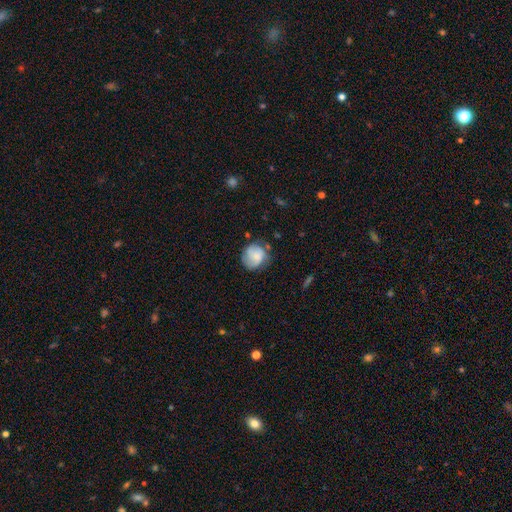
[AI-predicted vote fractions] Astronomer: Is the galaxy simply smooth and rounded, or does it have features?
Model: smooth — 53% (runner-up: featured or disk, 39%).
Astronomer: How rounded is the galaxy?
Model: round — 81%.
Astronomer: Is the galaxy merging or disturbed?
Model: none — 63%.